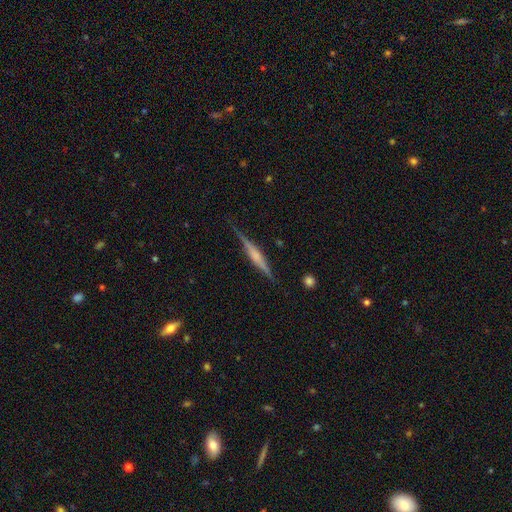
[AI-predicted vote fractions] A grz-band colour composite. It shows a featured or disk galaxy (71%) viewed edge-on (98%) with a rounded central bulge (53%). Merging: none (84%).